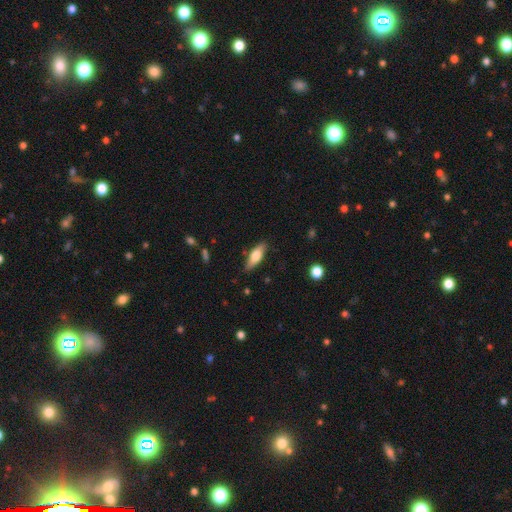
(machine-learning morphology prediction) smooth 62%, featured or disk 32%, star or artifact 6%. Down the decision tree: how rounded — in between (55%); merging — none (82%).